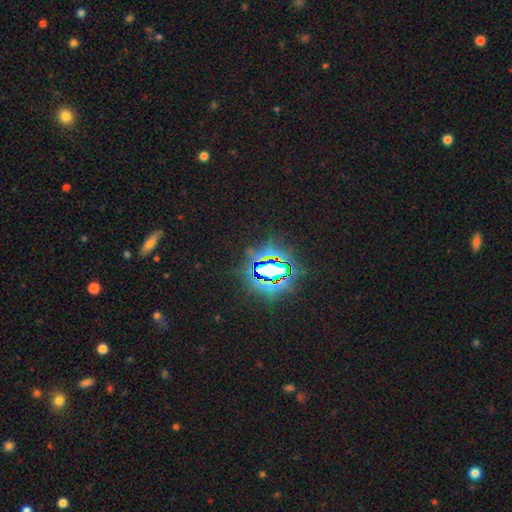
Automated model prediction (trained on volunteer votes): Q: Smooth or featured?
A: star or artifact (83%); runner-up: smooth (10%)